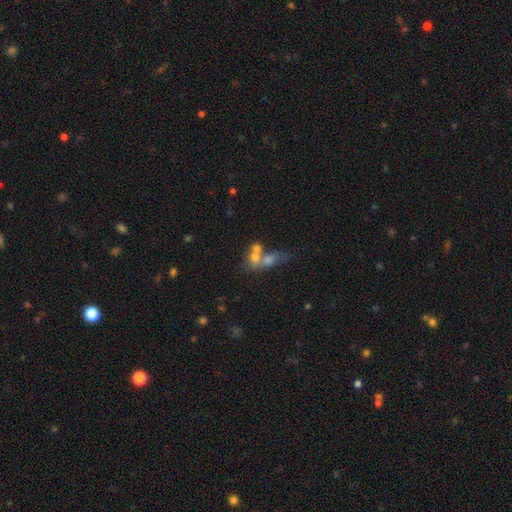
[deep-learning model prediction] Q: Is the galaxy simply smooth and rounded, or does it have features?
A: smooth — 61%.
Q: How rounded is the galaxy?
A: round — 53%.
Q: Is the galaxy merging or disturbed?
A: merger — 66%.